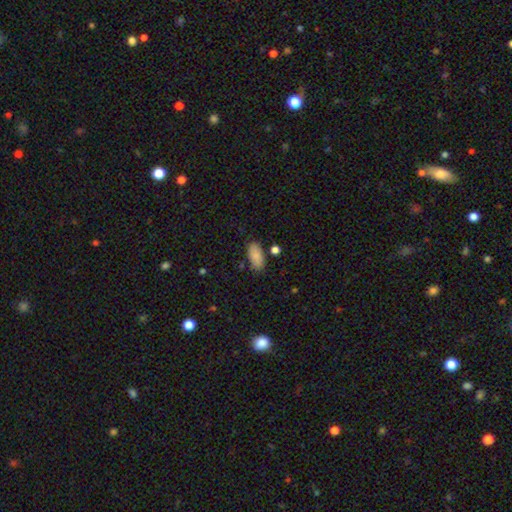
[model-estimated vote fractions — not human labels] Overall: smooth (87%). How rounded: in between (90%). Merging: none (77%).